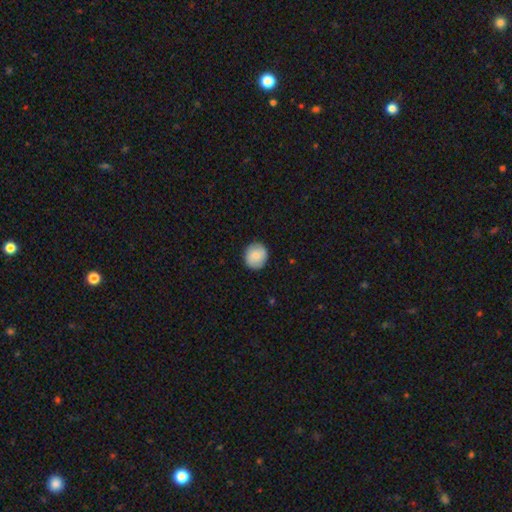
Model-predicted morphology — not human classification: type=smooth (85%); roundness=round (88%); merging=none (90%).